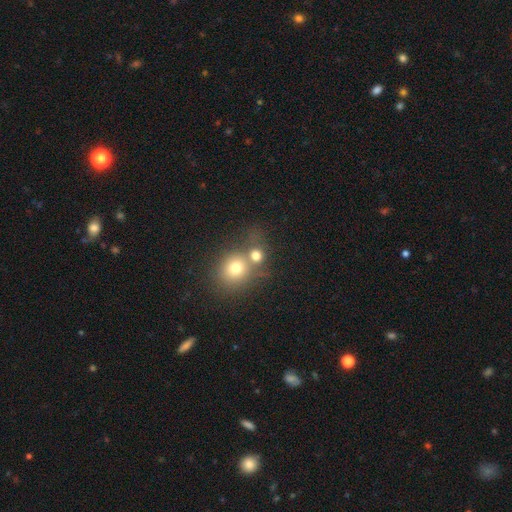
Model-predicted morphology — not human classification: A smooth galaxy with no disk features (73%) that is round (76%). Merging: merger (49%).